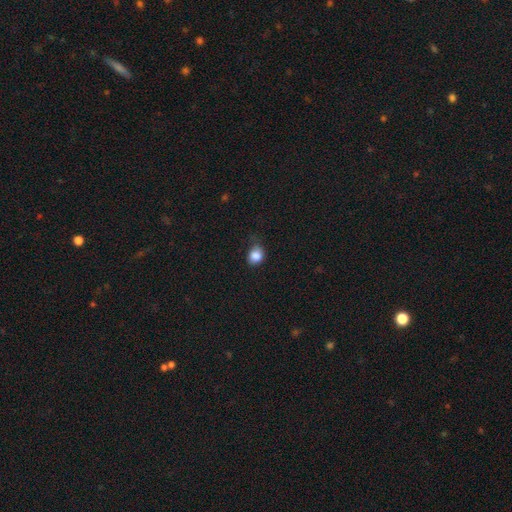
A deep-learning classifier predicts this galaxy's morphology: smooth_or_featured: smooth (p=0.85) [alt: star or artifact p=0.10]
how_rounded: round (p=0.62) [alt: in between p=0.37]
merging: none (p=0.58) [alt: minor disturbance p=0.31]